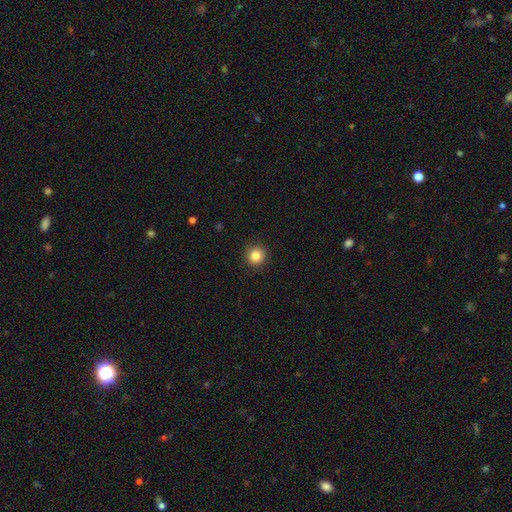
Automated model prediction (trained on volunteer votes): Smooth or featured?
  - smooth: 84% *
  - star or artifact: 10%
  - featured or disk: 6%
How rounded?
  - round: 95% *
  - in between: 4%
  - cigar-shaped: 1%
Merging?
  - none: 92% *
  - minor disturbance: 5%
  - major disturbance: 2%
  - merger: 1%